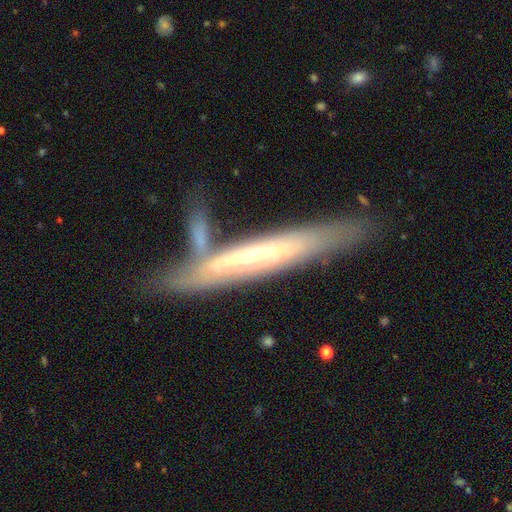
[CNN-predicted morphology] This appears to be a featured or disk galaxy (66%) viewed edge-on (72%). Merging: none (56%).